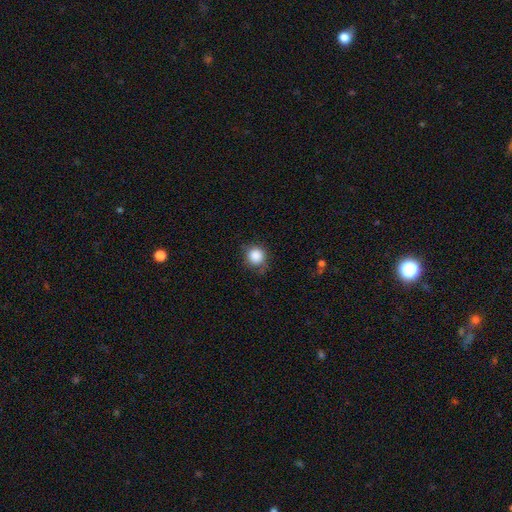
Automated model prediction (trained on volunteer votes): This appears to be a smooth galaxy with no disk features (87%) that is round (91%). Merging: none (76%).